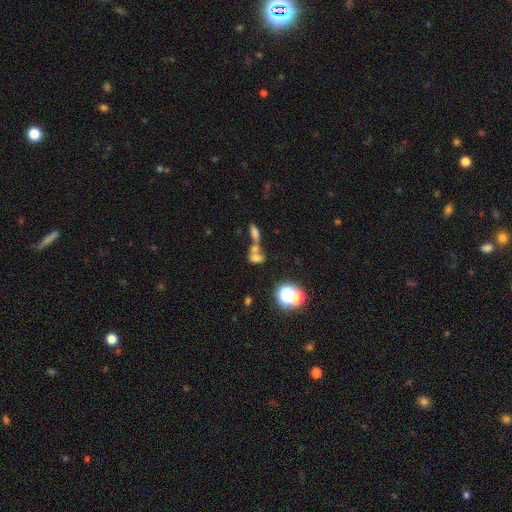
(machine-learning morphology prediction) Q: Smooth or featured?
A: smooth (58%); runner-up: star or artifact (23%)
Q: How rounded?
A: in between (68%); runner-up: round (24%)
Q: Merging?
A: merger (61%); runner-up: none (25%)